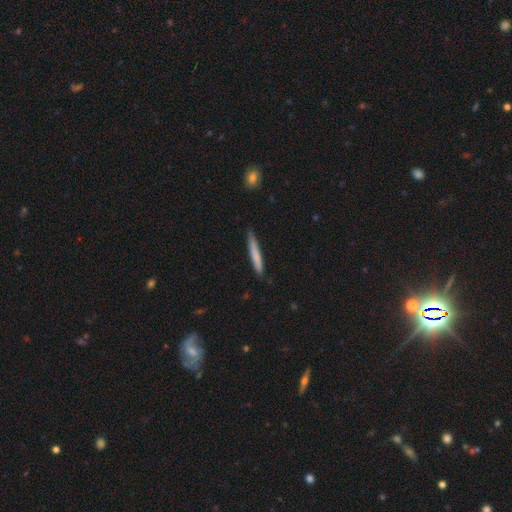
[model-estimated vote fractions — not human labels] A smooth galaxy with no disk features (73%) that is cigar-shaped (96%). Merging: none (84%).